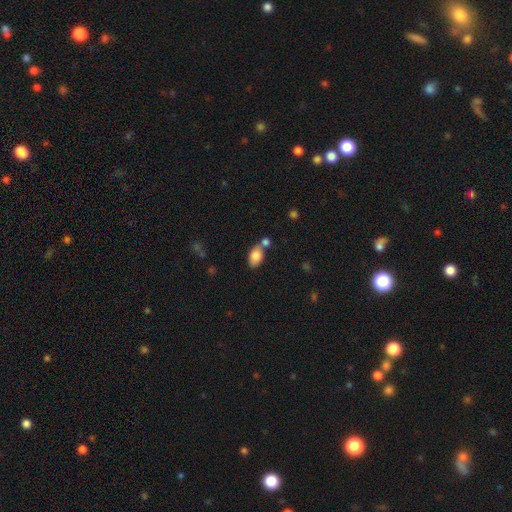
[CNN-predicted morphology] Smooth or featured? smooth (85%)
How rounded? in between (89%)
Merging? none (48%)